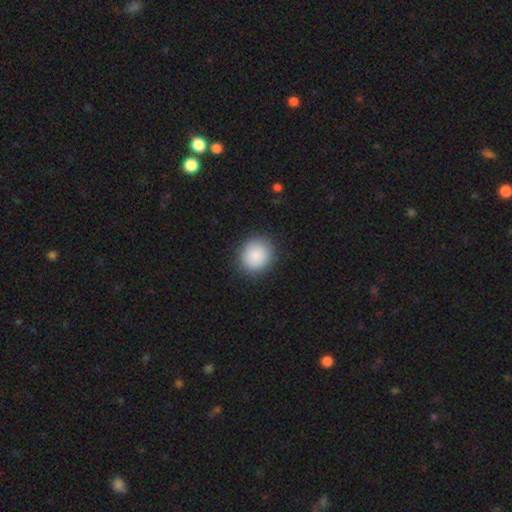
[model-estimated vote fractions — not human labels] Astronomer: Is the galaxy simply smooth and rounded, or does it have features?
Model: smooth — 89%.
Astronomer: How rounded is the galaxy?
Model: round — 85%.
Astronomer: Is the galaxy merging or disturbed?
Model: none — 89%.